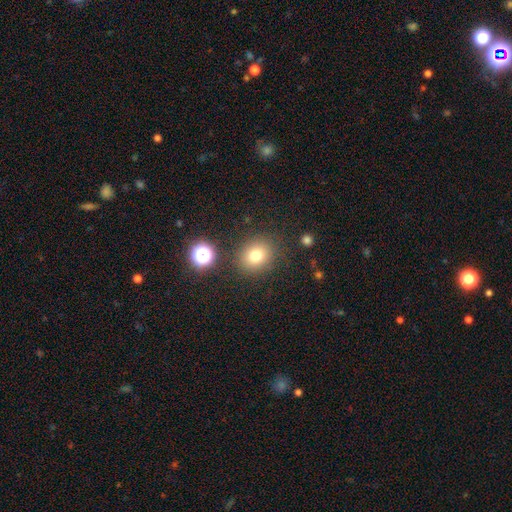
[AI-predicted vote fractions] smooth_or_featured: smooth (p=0.77) [alt: star or artifact p=0.14]
how_rounded: round (p=0.70) [alt: in between p=0.29]
merging: none (p=0.84) [alt: minor disturbance p=0.09]